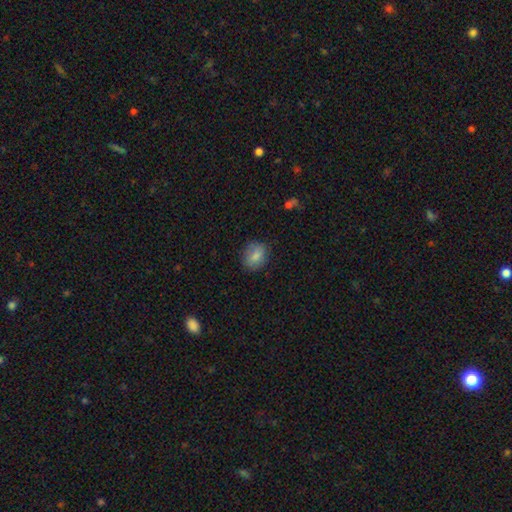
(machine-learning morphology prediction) A smooth galaxy with no disk features (82%) that is round (50%).

Vote fractions:
- Smooth or featured? smooth: 82% / featured or disk: 9% / star or artifact: 8%
- How rounded? round: 50% / in between: 49% / cigar-shaped: 1%
- Merging? none: 77% / minor disturbance: 17% / major disturbance: 4% / merger: 1%